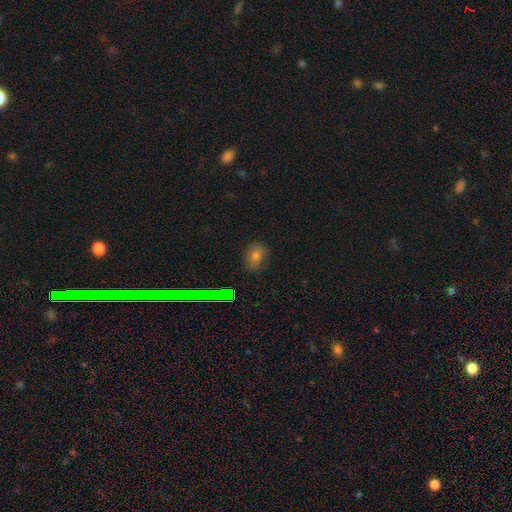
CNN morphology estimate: The model was most divided on "how rounded": in between: 62%, round: 37%, cigar-shaped: 2%. More confident: merging — none (79%); smooth or featured — smooth (70%).